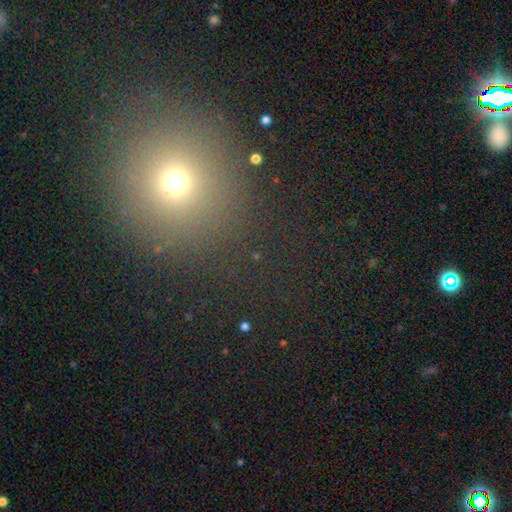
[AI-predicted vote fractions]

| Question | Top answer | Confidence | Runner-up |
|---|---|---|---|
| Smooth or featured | smooth | 54% | star or artifact (37%) |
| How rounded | round | 88% | in between (11%) |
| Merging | none | 85% | minor disturbance (8%) |